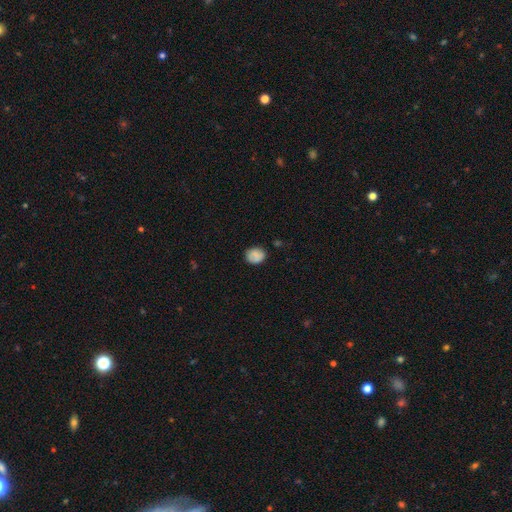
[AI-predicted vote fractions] smooth_or_featured: smooth (p=0.81) [alt: featured or disk p=0.10]
how_rounded: round (p=0.62) [alt: in between p=0.37]
merging: none (p=0.77) [alt: minor disturbance p=0.17]